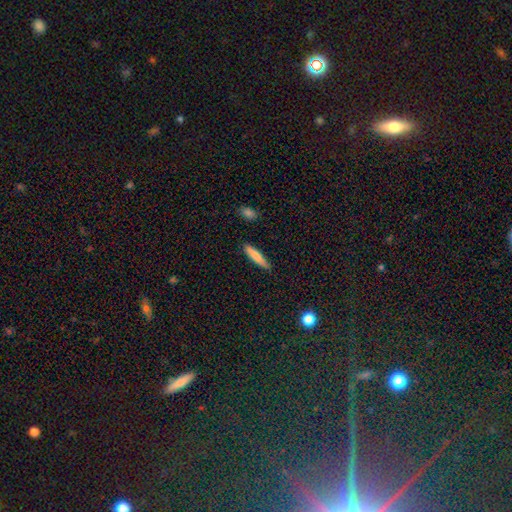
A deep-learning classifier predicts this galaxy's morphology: A smooth galaxy with no disk features (79%) that is cigar-shaped (87%).

Vote fractions:
- Smooth or featured? smooth: 79% / featured or disk: 16% / star or artifact: 6%
- How rounded? cigar-shaped: 87% / in between: 11% / round: 1%
- Merging? none: 87% / minor disturbance: 9% / major disturbance: 2% / merger: 2%